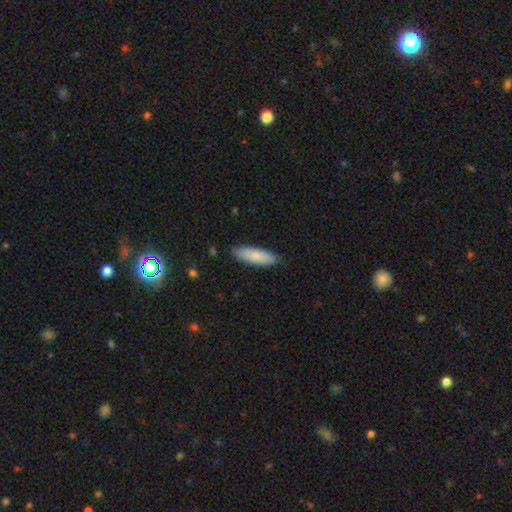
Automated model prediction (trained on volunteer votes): Q: Smooth or featured?
A: smooth (81%); runner-up: featured or disk (13%)
Q: How rounded?
A: cigar-shaped (50%); runner-up: in between (48%)
Q: Merging?
A: none (85%); runner-up: minor disturbance (12%)